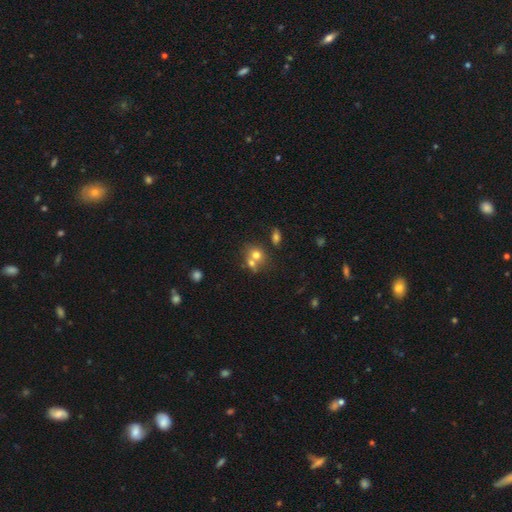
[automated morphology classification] A smooth galaxy with no disk features (69%) that is round (67%). Merging: merger (52%).